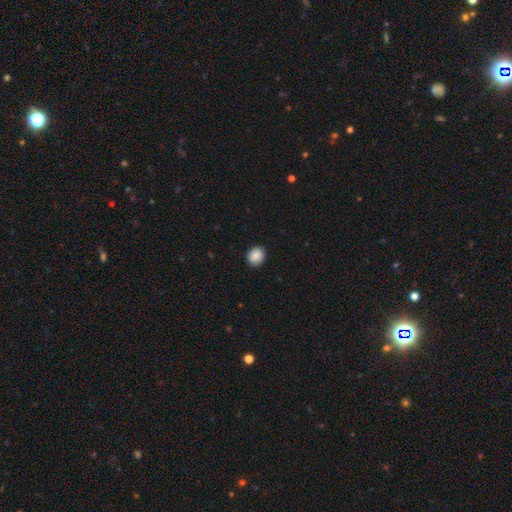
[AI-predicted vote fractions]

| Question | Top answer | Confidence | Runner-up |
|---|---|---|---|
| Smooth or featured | smooth | 86% | star or artifact (8%) |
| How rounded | round | 66% | in between (33%) |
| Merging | none | 89% | minor disturbance (8%) |